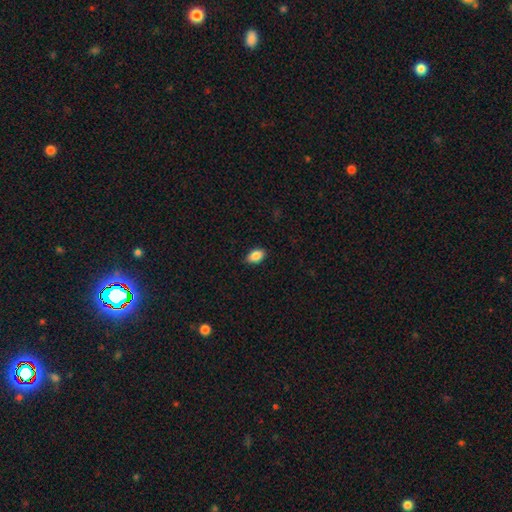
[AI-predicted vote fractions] This is clearly a smooth galaxy (88%). How rounded: clearly in between (90%). Merging: clearly none (85%).